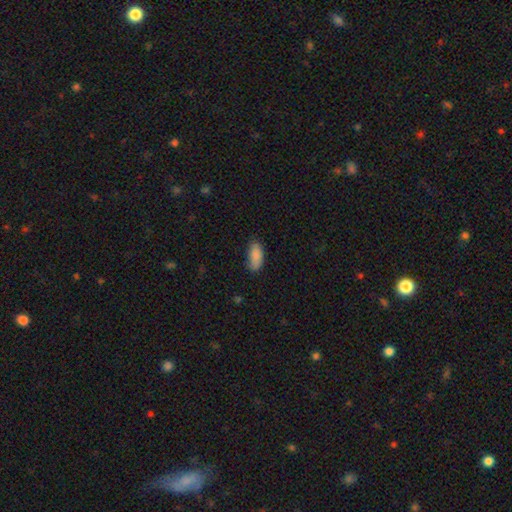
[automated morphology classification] Overall: smooth (87%). How rounded: in between (90%). Merging: none (71%).